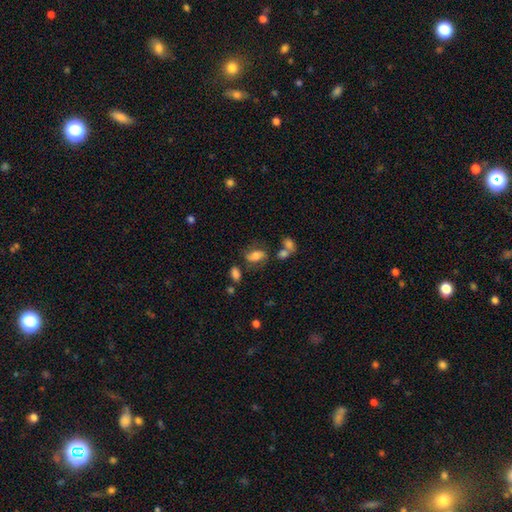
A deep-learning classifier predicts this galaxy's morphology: type=smooth (64%); roundness=in between (84%); merging=none (54%).